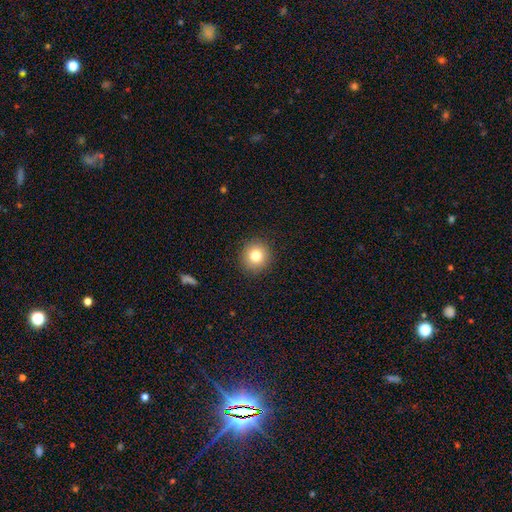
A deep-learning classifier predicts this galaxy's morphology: This is likely a smooth galaxy (80%). How rounded: clearly round (91%). Merging: clearly none (91%).